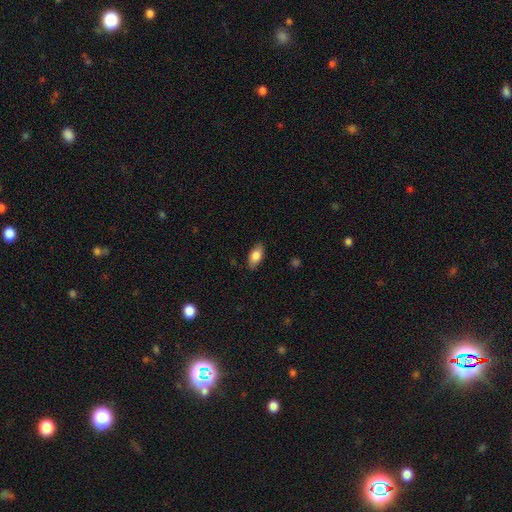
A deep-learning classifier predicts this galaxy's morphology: Q: Smooth or featured?
A: smooth (82%); runner-up: featured or disk (11%)
Q: How rounded?
A: in between (91%); runner-up: cigar-shaped (6%)
Q: Merging?
A: none (86%); runner-up: minor disturbance (11%)